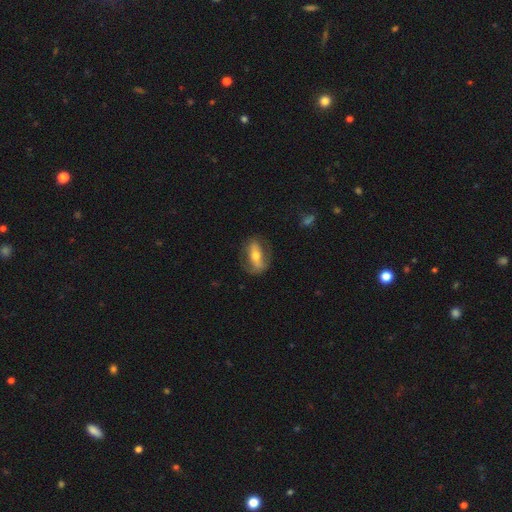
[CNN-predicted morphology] This appears to be a featured or disk galaxy (57%). Merging: none (72%).